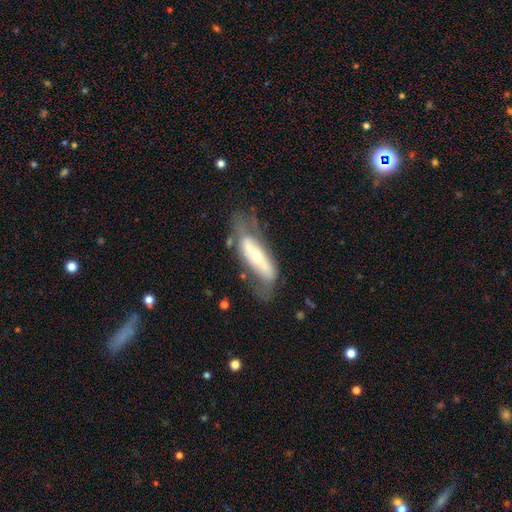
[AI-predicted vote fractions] This is likely a featured or disk galaxy (62%). It is likely not viewed edge-on (71%). Merging: possibly none (48%).